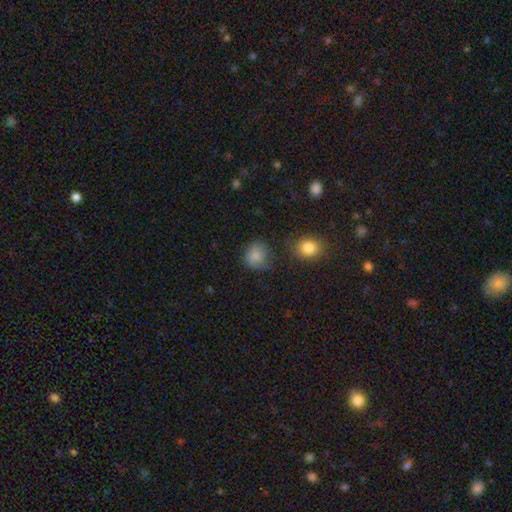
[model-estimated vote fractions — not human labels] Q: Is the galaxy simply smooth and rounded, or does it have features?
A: smooth — 81%.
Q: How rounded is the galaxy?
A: round — 79%.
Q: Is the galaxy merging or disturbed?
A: none — 61%.